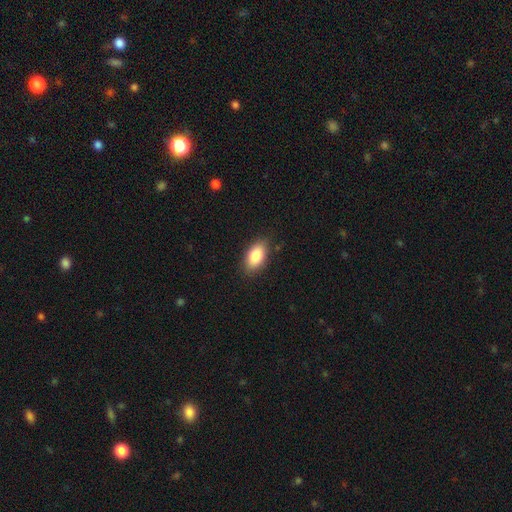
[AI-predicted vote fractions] Morphology: type=smooth (85%); roundness=in between (92%); merging=none (84%).